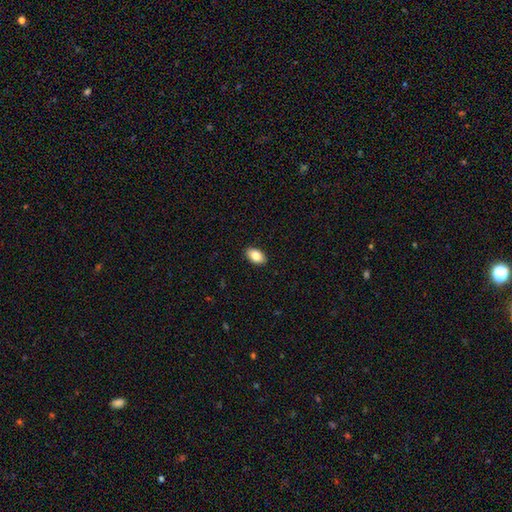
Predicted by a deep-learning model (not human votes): Q: Smooth or featured?
A: smooth (84%); runner-up: featured or disk (9%)
Q: How rounded?
A: in between (92%); runner-up: round (6%)
Q: Merging?
A: none (90%); runner-up: minor disturbance (7%)